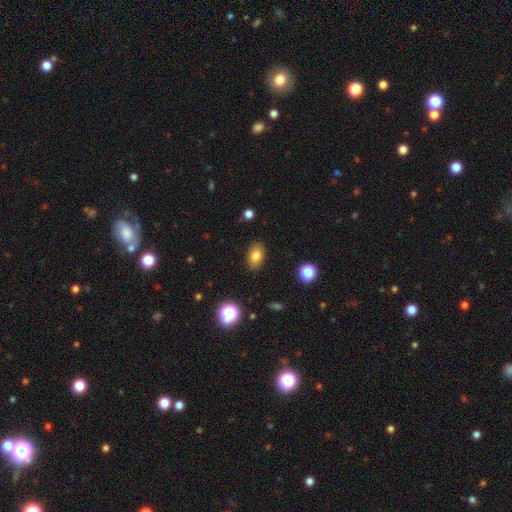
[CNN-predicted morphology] smooth 81%, star or artifact 10%, featured or disk 9%. Down the decision tree: how rounded — in between (85%); merging — none (87%).